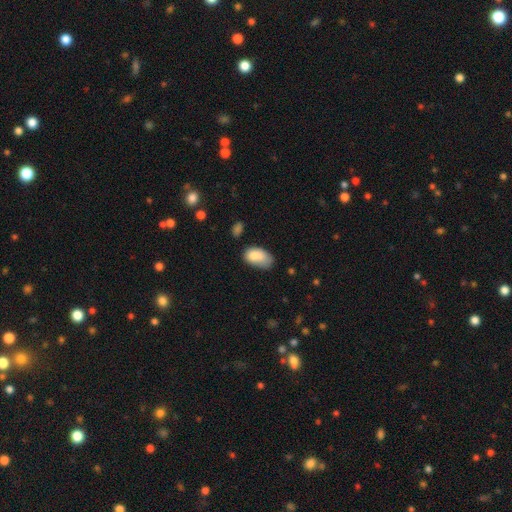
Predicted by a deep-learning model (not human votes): The model was most divided on "merging": none: 41%, minor disturbance: 37%, major disturbance: 15%, merger: 7%. More confident: how rounded — in between (93%); smooth or featured — smooth (81%).